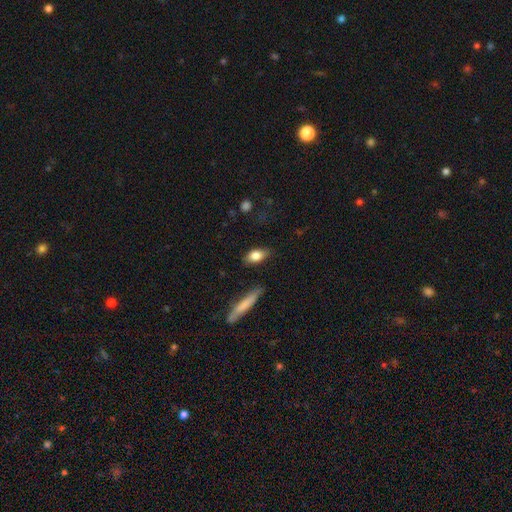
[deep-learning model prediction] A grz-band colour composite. It shows a smooth galaxy with no disk features (78%) that is in between round and cigar-shaped (81%). Merging: none (82%).